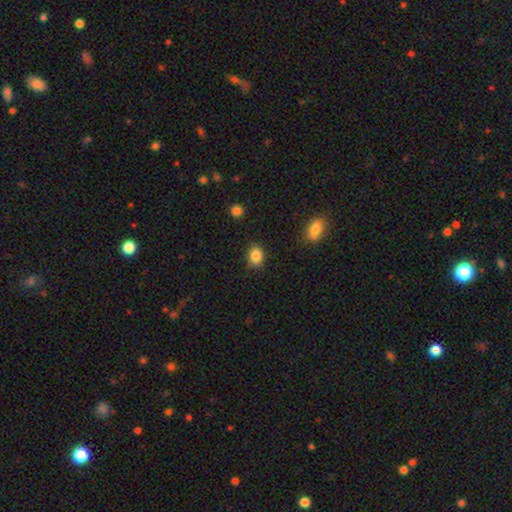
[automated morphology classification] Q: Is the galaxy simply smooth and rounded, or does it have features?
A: smooth — 86%.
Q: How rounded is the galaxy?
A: in between — 62%.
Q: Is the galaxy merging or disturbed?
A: none — 84%.